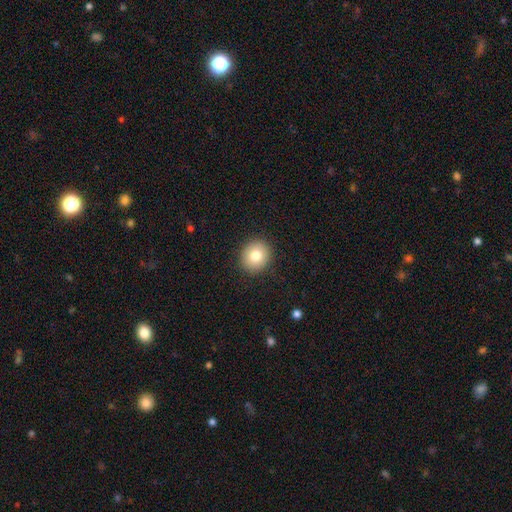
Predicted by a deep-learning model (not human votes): Smooth or featured? Predicted: smooth (p=0.79). How rounded? Predicted: round (p=0.82). Merging? Predicted: none (p=0.91).